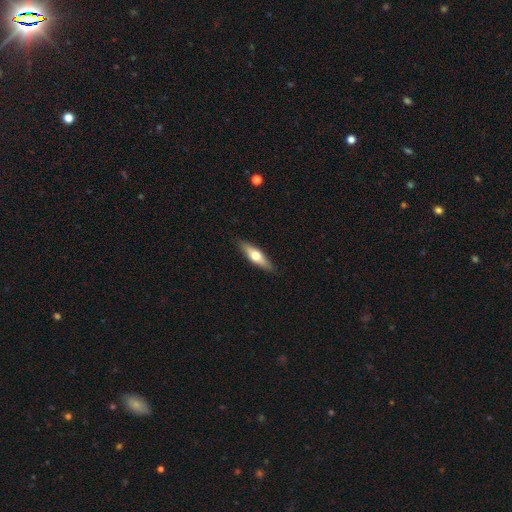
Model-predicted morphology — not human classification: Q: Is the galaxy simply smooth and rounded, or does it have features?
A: smooth — 51%.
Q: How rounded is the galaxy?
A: cigar-shaped — 57%.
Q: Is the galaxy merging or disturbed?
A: none — 89%.